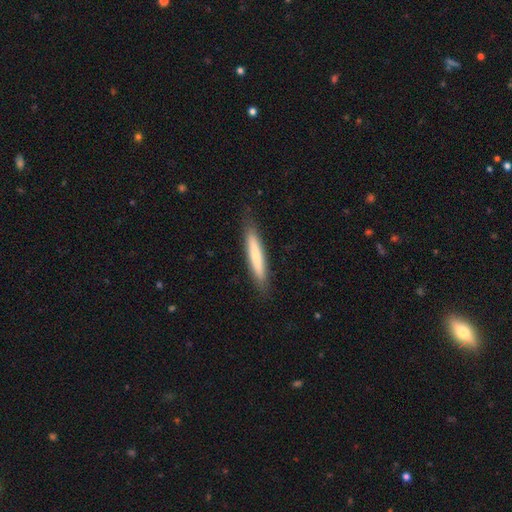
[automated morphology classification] A smooth galaxy with no disk features (70%) that is cigar-shaped (94%). Merging: none (86%).